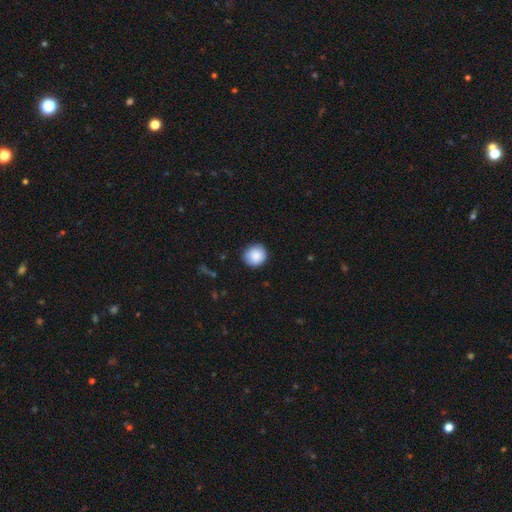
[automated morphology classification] Q: Smooth or featured?
A: smooth (88%); runner-up: star or artifact (7%)
Q: How rounded?
A: round (90%); runner-up: in between (9%)
Q: Merging?
A: none (86%); runner-up: minor disturbance (11%)